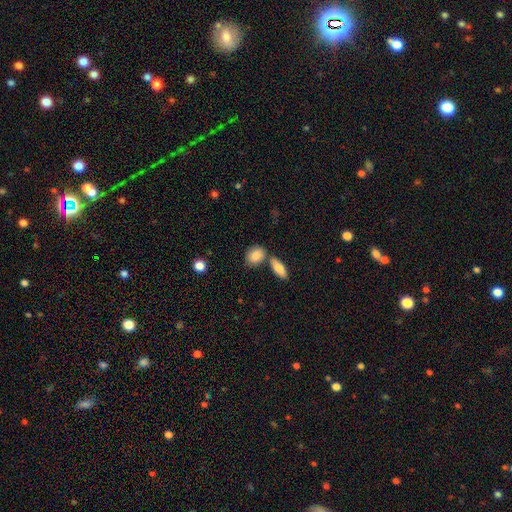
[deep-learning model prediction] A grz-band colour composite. It shows a smooth galaxy with no disk features (86%) that is in between round and cigar-shaped (66%). Merging: none (60%).